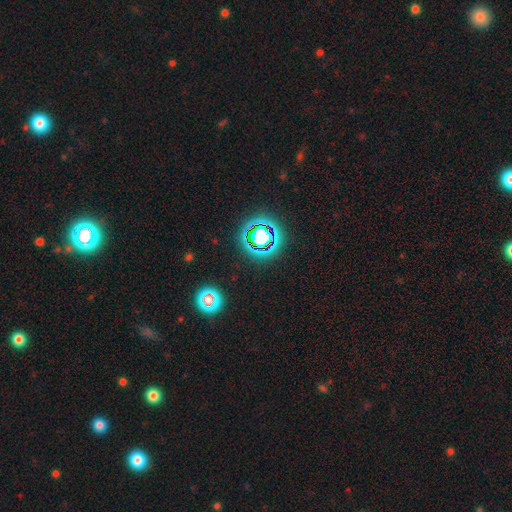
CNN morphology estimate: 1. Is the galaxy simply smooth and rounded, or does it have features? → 77% star or artifact, 16% smooth, 7% featured or disk.